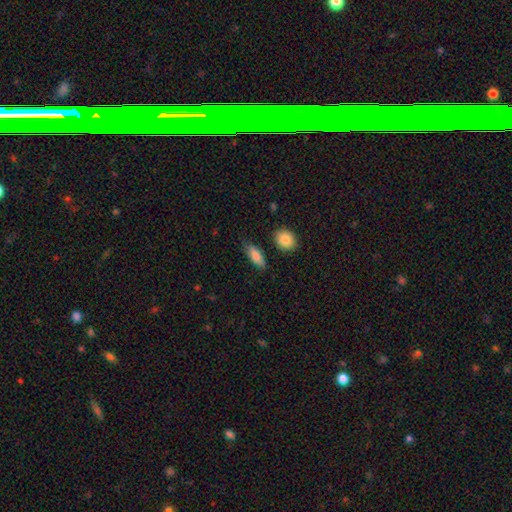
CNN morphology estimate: This is clearly a smooth galaxy (83%). How rounded: likely in between (72%). Merging: likely none (78%).